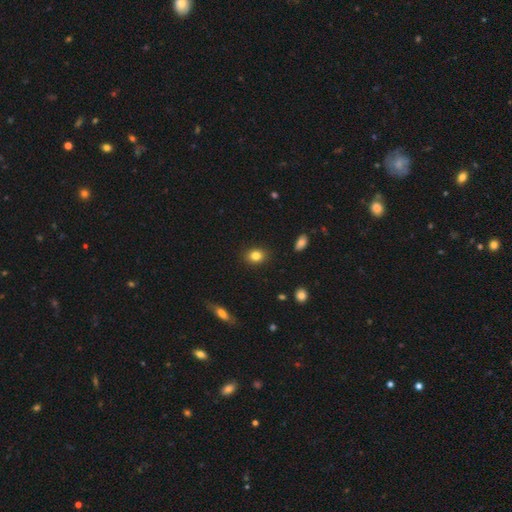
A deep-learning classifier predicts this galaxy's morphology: smooth_or_featured: smooth (p=0.83) [alt: star or artifact p=0.10]
how_rounded: in between (p=0.53) [alt: round p=0.45]
merging: none (p=0.89) [alt: minor disturbance p=0.08]